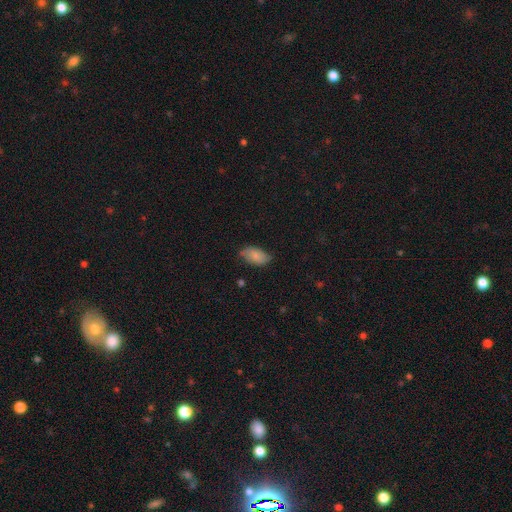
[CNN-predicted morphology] type=smooth (74%); roundness=in between (94%); merging=none (69%).